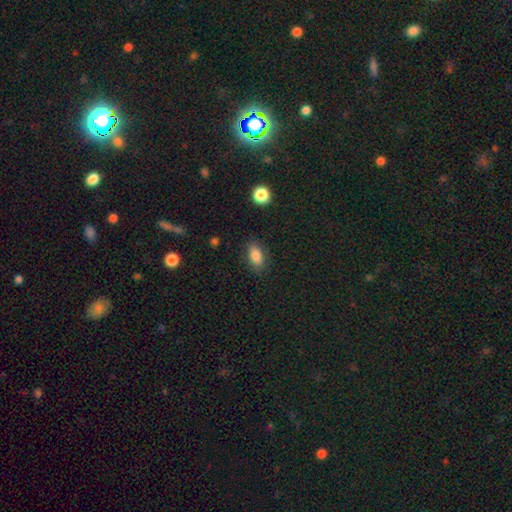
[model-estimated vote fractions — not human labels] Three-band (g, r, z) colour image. It shows a smooth galaxy with no disk features (84%) that is in between round and cigar-shaped (88%). Merging: none (84%).